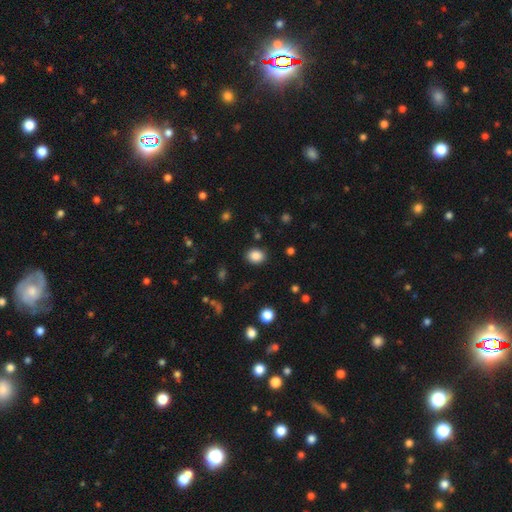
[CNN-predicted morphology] Smooth or featured: smooth — 86% (star or artifact — 10%)
How rounded: in between — 50% (round — 49%)
Merging: none — 87% (minor disturbance — 9%)